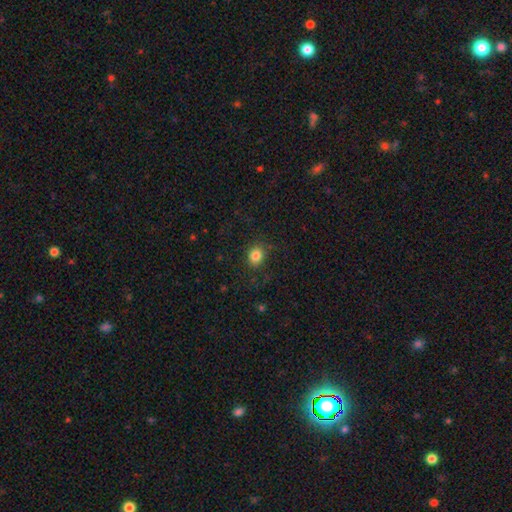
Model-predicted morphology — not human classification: type=smooth (83%); roundness=round (67%); merging=none (84%).